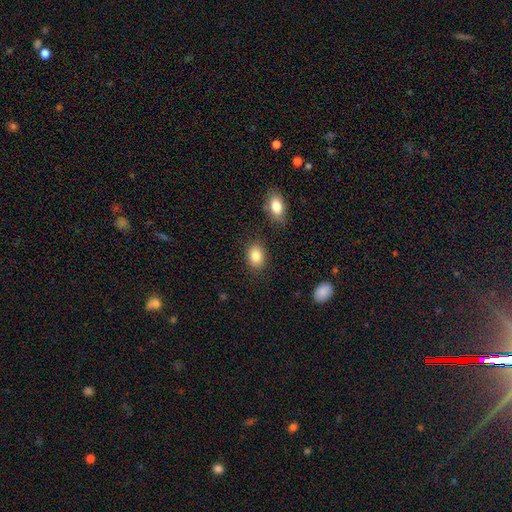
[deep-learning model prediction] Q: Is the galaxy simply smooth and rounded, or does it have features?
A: smooth — 85%.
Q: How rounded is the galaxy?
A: in between — 74%.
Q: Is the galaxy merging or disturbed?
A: none — 84%.